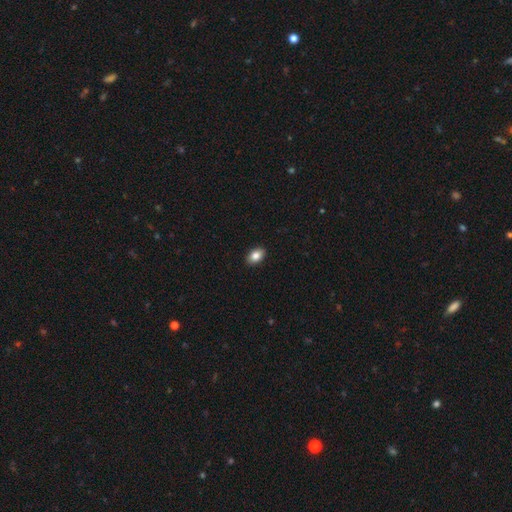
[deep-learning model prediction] Smooth or featured? Predicted: smooth (p=0.85). How rounded? Predicted: in between (p=0.87). Merging? Predicted: none (p=0.91).